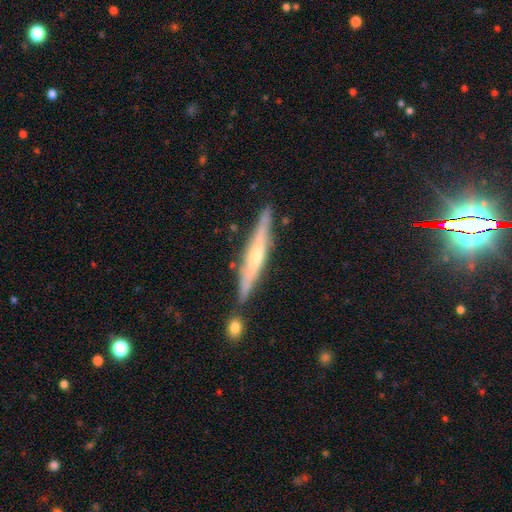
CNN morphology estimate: Smooth or featured: featured or disk — 68% (smooth — 25%)
Edge-on disk: yes — 93% (no — 7%)
Edge-on bulge: rounded — 65% (none — 26%)
Merging: none — 79% (minor disturbance — 12%)